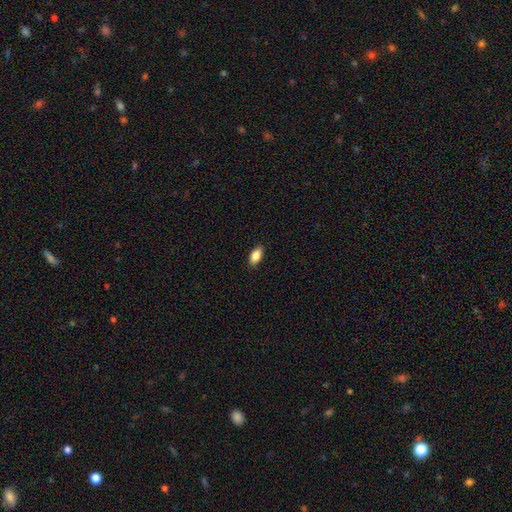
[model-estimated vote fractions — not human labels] smooth-or-featured: smooth: 86% | star or artifact: 7% | featured or disk: 7%
  how-rounded: in between: 90% | cigar-shaped: 6% | round: 4%
  merging: none: 87% | minor disturbance: 10% | major disturbance: 2% | merger: 1%